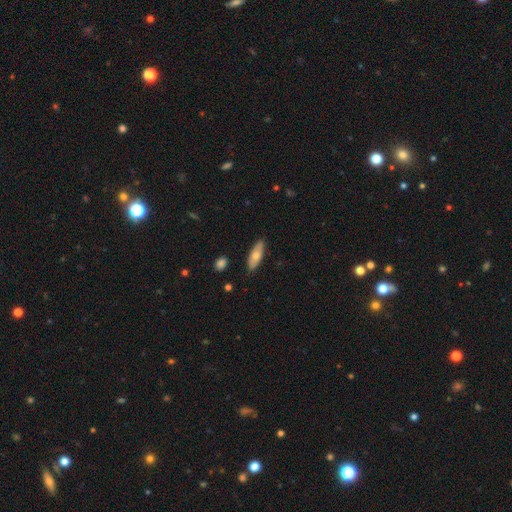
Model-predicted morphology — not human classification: Smooth or featured?
  - smooth: 64% *
  - featured or disk: 30%
  - star or artifact: 6%
How rounded?
  - in between: 60% *
  - cigar-shaped: 38%
  - round: 3%
Merging?
  - none: 86% *
  - minor disturbance: 11%
  - major disturbance: 2%
  - merger: 1%